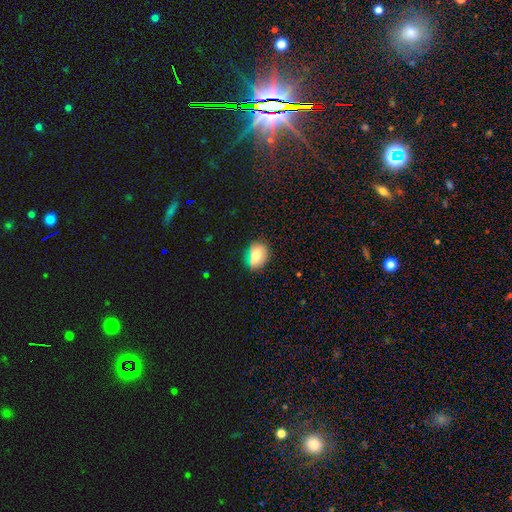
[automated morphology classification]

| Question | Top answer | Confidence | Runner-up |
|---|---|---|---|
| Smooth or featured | smooth | 74% | featured or disk (16%) |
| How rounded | in between | 60% | round (38%) |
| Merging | none | 75% | minor disturbance (19%) |